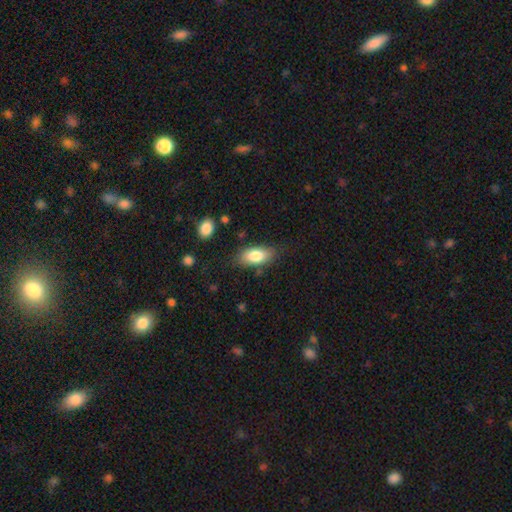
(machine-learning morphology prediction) smooth-or-featured: smooth: 81% | featured or disk: 12% | star or artifact: 7%
  how-rounded: in between: 89% | cigar-shaped: 8% | round: 4%
  merging: none: 77% | minor disturbance: 16% | major disturbance: 4% | merger: 2%